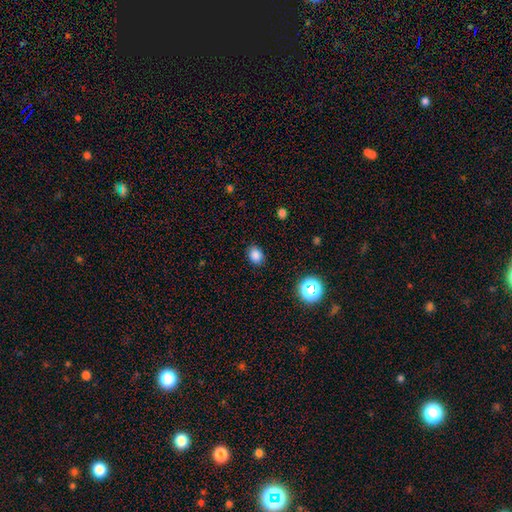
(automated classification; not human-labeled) A smooth galaxy with no disk features (81%) that is in between round and cigar-shaped (55%). Merging: none (85%).